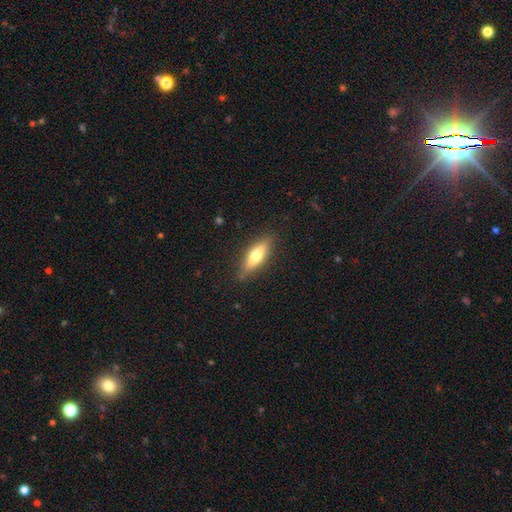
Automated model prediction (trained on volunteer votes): Overall: smooth (58%; featured or disk 35%). How rounded: cigar-shaped (59%; in between 39%). Merging: none (84%).